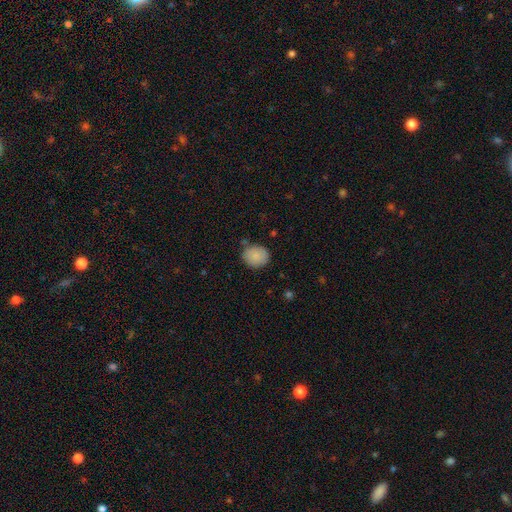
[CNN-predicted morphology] Smooth or featured? Predicted: smooth (p=0.85). How rounded? Predicted: round (p=0.67). Merging? Predicted: none (p=0.79).